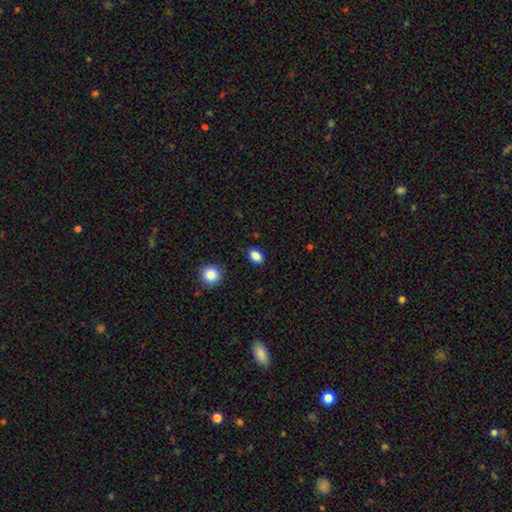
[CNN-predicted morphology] Smooth or featured? smooth (87%)
How rounded? in between (78%)
Merging? none (87%)